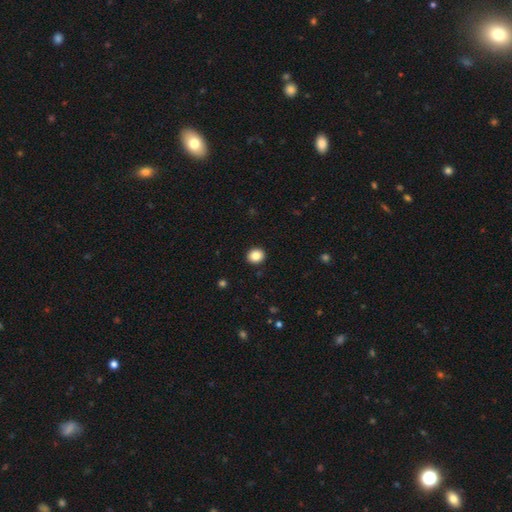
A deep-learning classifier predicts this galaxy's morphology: smooth 86%, star or artifact 10%, featured or disk 4%. Down the decision tree: how rounded — round (73%); merging — none (92%).